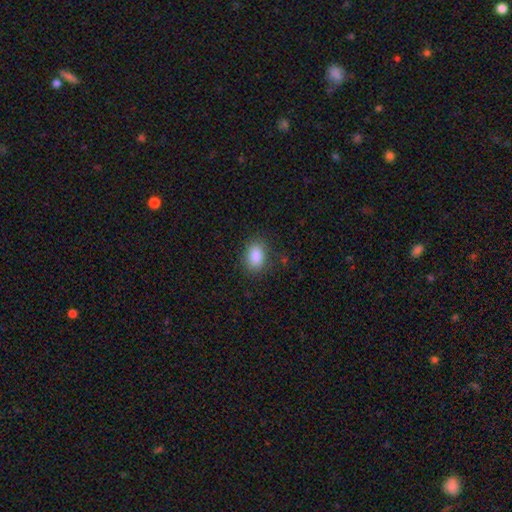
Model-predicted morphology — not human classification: Smooth or featured? smooth (87%)
How rounded? in between (77%)
Merging? none (82%)